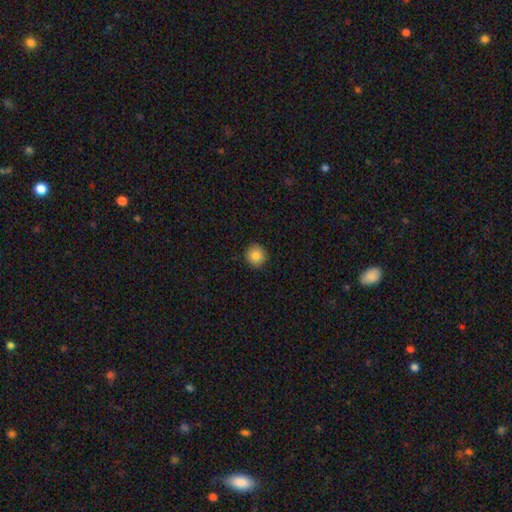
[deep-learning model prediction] This appears to be a smooth galaxy with no disk features (84%) that is round (93%). Merging: none (92%).